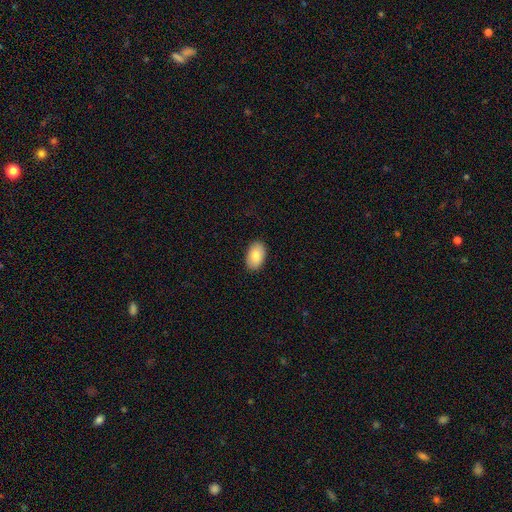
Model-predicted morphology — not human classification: This is clearly a smooth galaxy (84%). How rounded: clearly in between (93%). Merging: clearly none (89%).